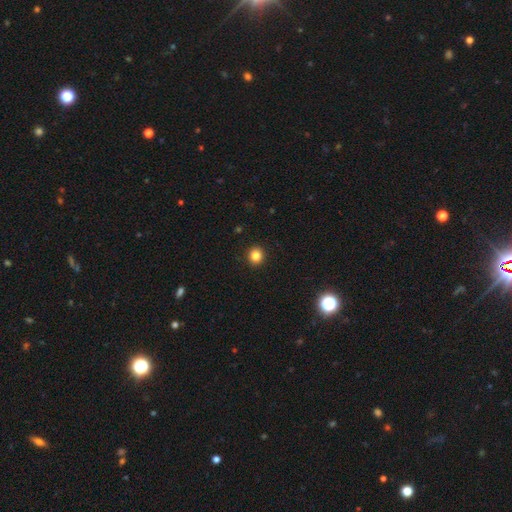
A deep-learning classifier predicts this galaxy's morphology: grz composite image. It shows a smooth galaxy with no disk features (83%) that is round (88%). Merging: none (93%).